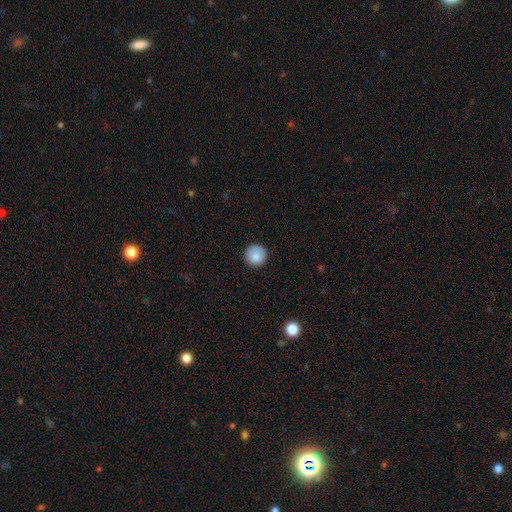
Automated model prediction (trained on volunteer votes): smooth_or_featured: smooth (p=0.87) [alt: star or artifact p=0.08]
how_rounded: round (p=0.96) [alt: in between p=0.03]
merging: none (p=0.90) [alt: minor disturbance p=0.07]